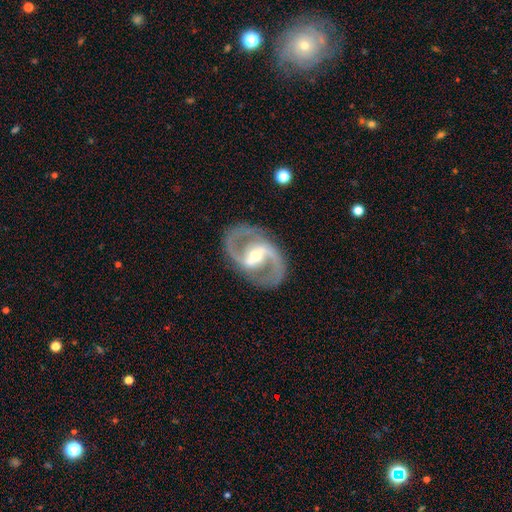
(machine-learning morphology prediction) The model was most divided on "bar": strong: 48%, weak: 37%, no: 15%. More confident: edge-on disk — no (97%); spiral arms — yes (96%); spiral arm count — 2 (94%); smooth or featured — featured or disk (92%); merging — none (86%); spiral winding — medium (63%); bulge size — moderate (56%).